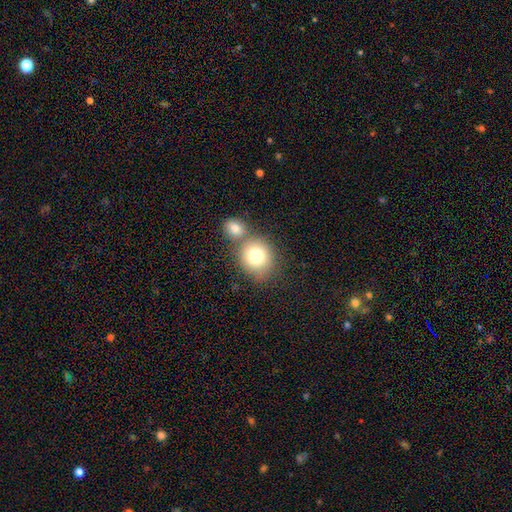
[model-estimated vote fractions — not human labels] This appears to be a smooth galaxy with no disk features (78%) that is round (77%). Merging: none (51%).